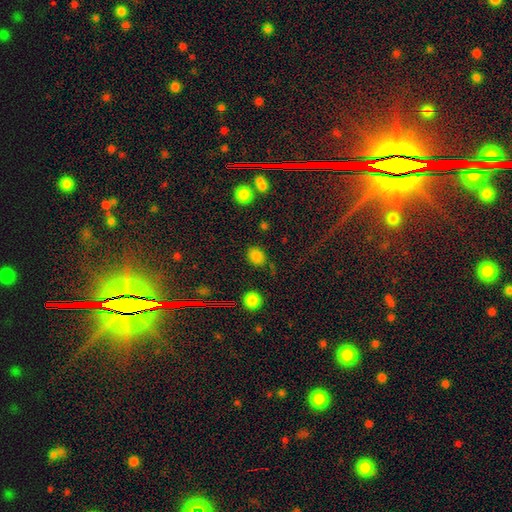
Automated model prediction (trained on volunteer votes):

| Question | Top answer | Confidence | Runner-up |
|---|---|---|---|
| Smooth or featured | smooth | 79% | star or artifact (16%) |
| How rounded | round | 51% | in between (47%) |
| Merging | none | 79% | minor disturbance (13%) |